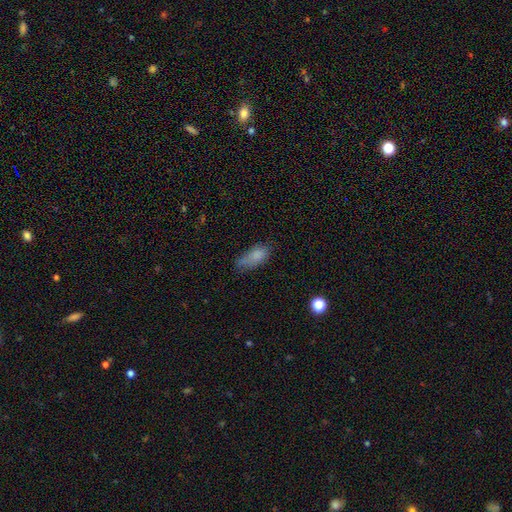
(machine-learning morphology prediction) smooth 79%, featured or disk 11%, star or artifact 10%. Down the decision tree: how rounded — in between (83%); merging — none (48%).